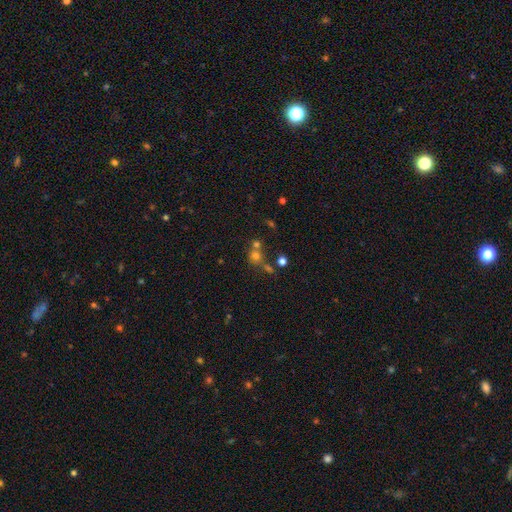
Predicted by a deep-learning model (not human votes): A smooth galaxy with no disk features (66%) that is round (84%). Merging: none (50%).